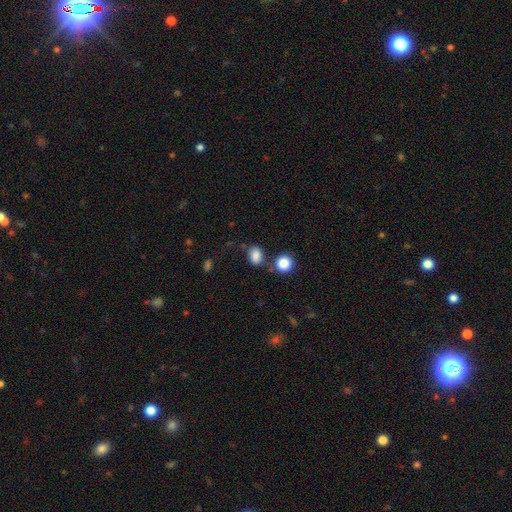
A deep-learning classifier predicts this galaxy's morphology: This is clearly a smooth galaxy (84%). How rounded: likely in between (66%). Merging: likely none (61%).